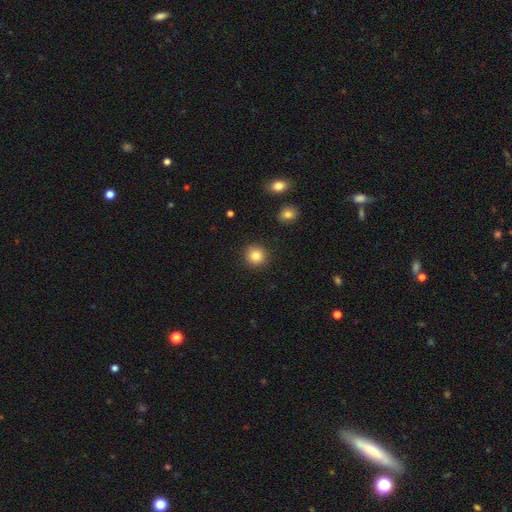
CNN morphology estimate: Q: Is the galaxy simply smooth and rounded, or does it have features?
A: smooth — 84%.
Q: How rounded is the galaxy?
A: round — 92%.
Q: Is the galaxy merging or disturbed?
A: none — 90%.